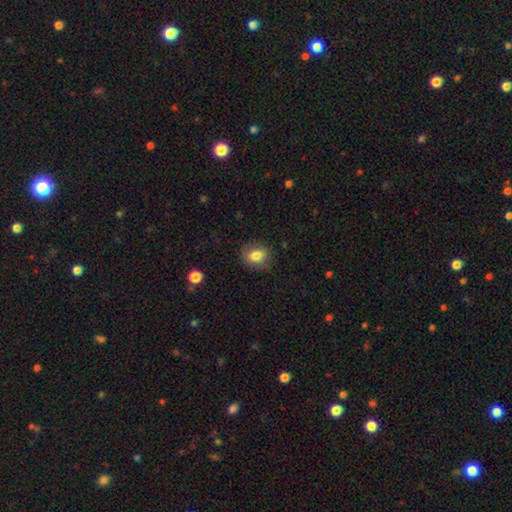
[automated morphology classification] A smooth galaxy with no disk features (82%) that is round (57%).

Vote fractions:
- Smooth or featured? smooth: 82% / star or artifact: 9% / featured or disk: 8%
- How rounded? round: 57% / in between: 42% / cigar-shaped: 1%
- Merging? none: 84% / minor disturbance: 12% / major disturbance: 3% / merger: 1%